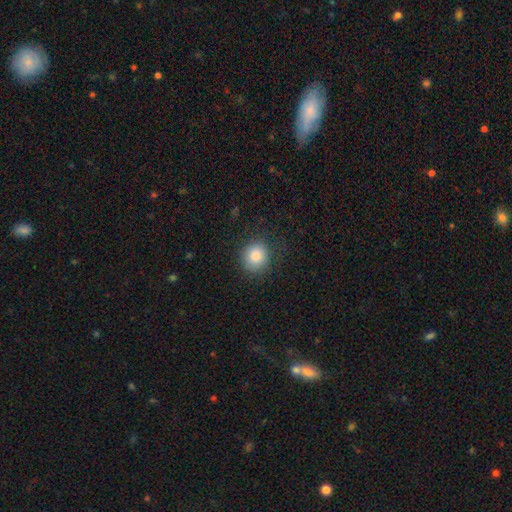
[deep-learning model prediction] This is clearly a smooth galaxy (85%). How rounded: clearly round (85%). Merging: clearly none (84%).